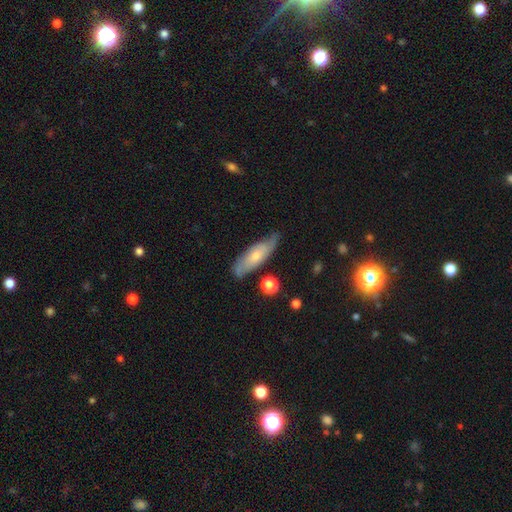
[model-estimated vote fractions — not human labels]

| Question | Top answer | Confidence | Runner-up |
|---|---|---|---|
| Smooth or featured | featured or disk | 48% | smooth (45%) |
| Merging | none | 69% | minor disturbance (23%) |